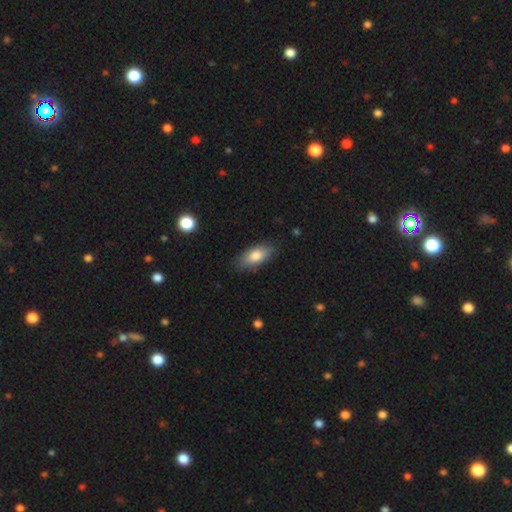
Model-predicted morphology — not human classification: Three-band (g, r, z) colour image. It shows a smooth galaxy with no disk features (80%) that is in between round and cigar-shaped (88%). Merging: none (83%).